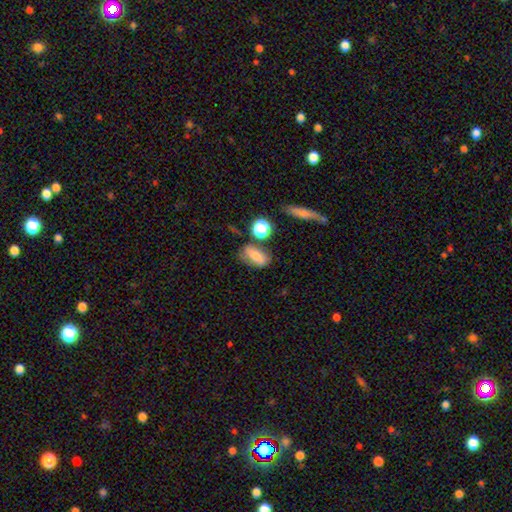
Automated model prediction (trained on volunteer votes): smooth-or-featured: smooth: 66% | featured or disk: 22% | star or artifact: 12%
  how-rounded: in between: 79% | round: 14% | cigar-shaped: 7%
  merging: none: 60% | minor disturbance: 21% | merger: 11% | major disturbance: 8%